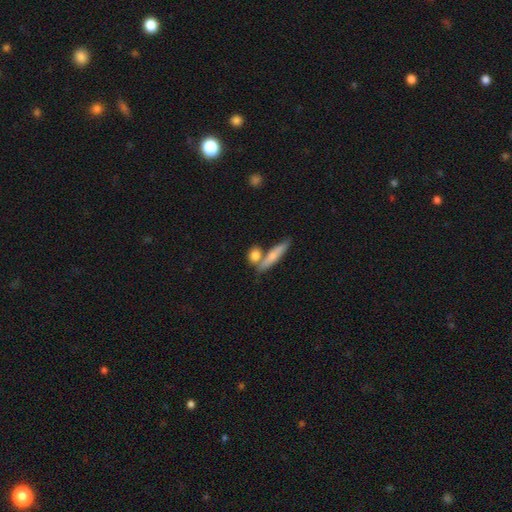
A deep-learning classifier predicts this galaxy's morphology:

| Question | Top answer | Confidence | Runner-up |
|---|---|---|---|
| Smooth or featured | smooth | 77% | featured or disk (16%) |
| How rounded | in between | 37% | round (36%) |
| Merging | none | 58% | merger (28%) |